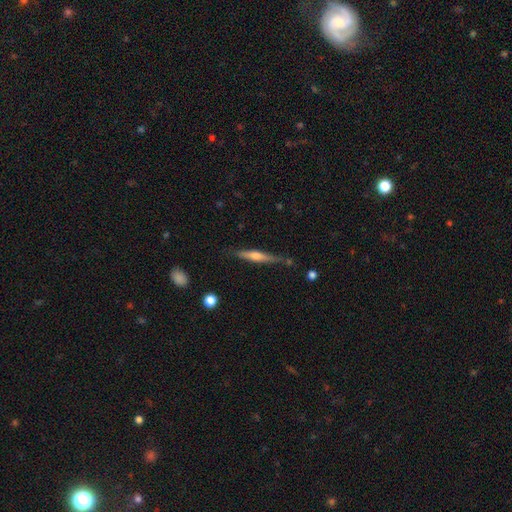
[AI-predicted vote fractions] Smooth or featured? Predicted: featured or disk (p=0.58). Edge-on disk? Predicted: yes (p=0.96). Edge-on bulge? Predicted: rounded (p=0.79). Merging? Predicted: none (p=0.78).